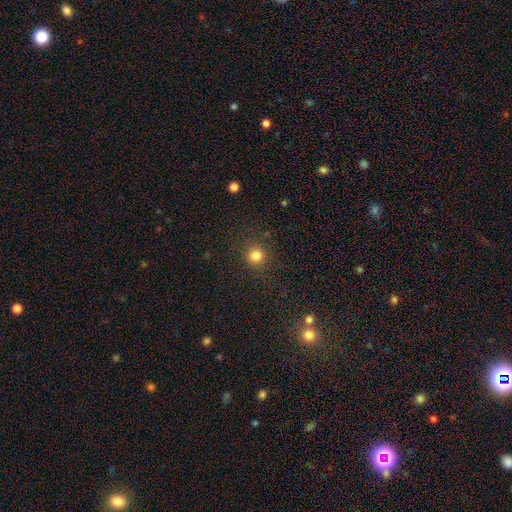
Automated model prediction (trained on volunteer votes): smooth_or_featured: smooth (p=0.82) [alt: star or artifact p=0.13]
how_rounded: round (p=0.93) [alt: in between p=0.06]
merging: none (p=0.88) [alt: minor disturbance p=0.07]